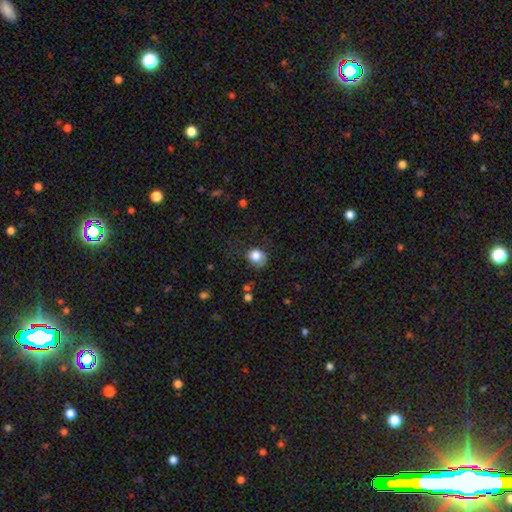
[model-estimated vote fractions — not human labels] smooth_or_featured: smooth (p=0.83) [alt: star or artifact p=0.10]
how_rounded: round (p=0.70) [alt: in between p=0.29]
merging: none (p=0.51) [alt: minor disturbance p=0.31]